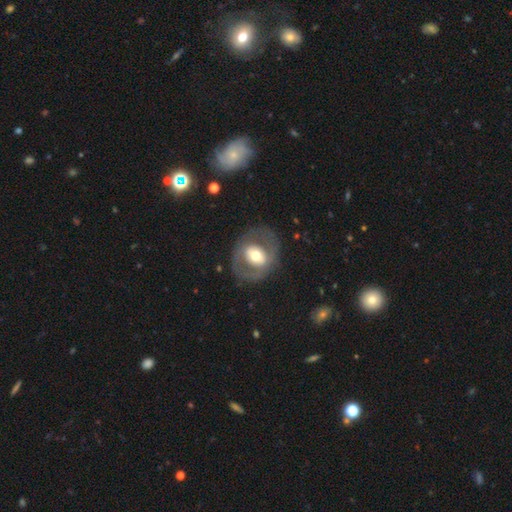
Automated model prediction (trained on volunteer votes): This appears to be a featured or disk galaxy (56%) with no bar (60%), no spiral arms (75%) and a moderate central bulge (61%). Merging: none (73%).